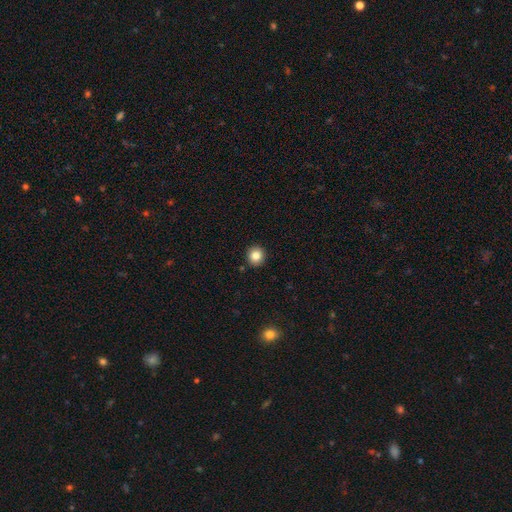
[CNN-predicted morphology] smooth 84%, star or artifact 10%, featured or disk 6%. Down the decision tree: how rounded — round (92%); merging — none (92%).